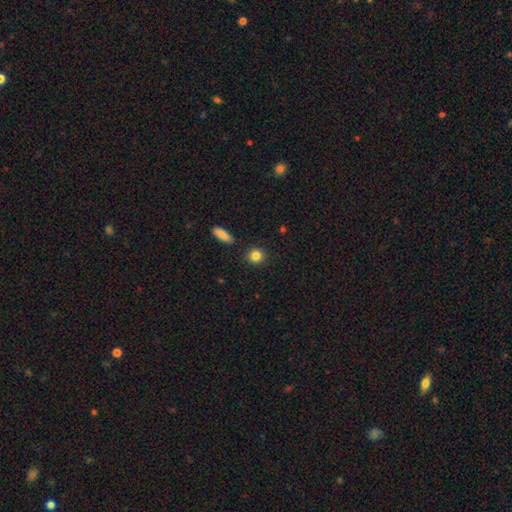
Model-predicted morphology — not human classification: A smooth galaxy with no disk features (85%) that is round (87%).

Vote fractions:
- Smooth or featured? smooth: 85% / star or artifact: 10% / featured or disk: 5%
- How rounded? round: 87% / in between: 12% / cigar-shaped: 1%
- Merging? none: 89% / minor disturbance: 6% / merger: 2% / major disturbance: 2%